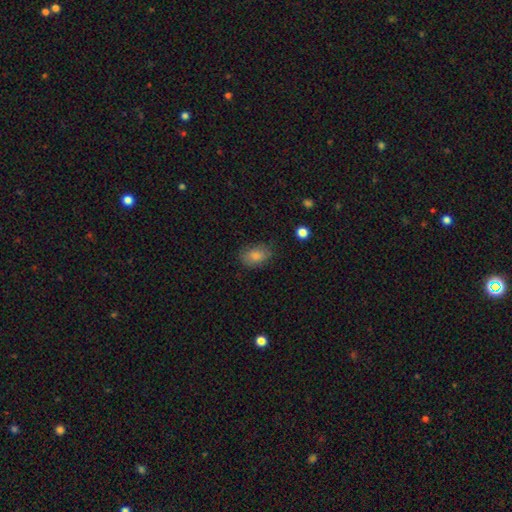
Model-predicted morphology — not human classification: type=smooth (85%); roundness=in between (83%); merging=none (77%).